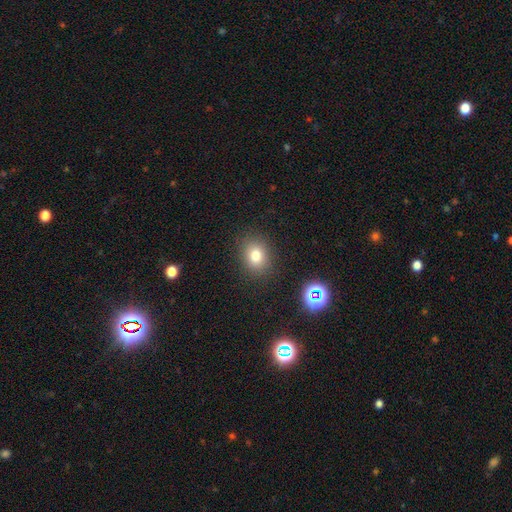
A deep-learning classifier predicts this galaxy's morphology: Q: Smooth or featured?
A: smooth (77%); runner-up: star or artifact (14%)
Q: How rounded?
A: round (56%); runner-up: in between (43%)
Q: Merging?
A: none (86%); runner-up: minor disturbance (9%)